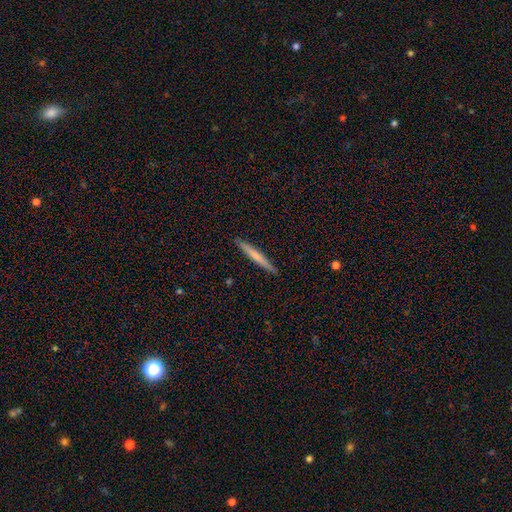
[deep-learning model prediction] Smooth or featured? Predicted: smooth (p=0.61). How rounded? Predicted: cigar-shaped (p=0.97). Merging? Predicted: none (p=0.91).